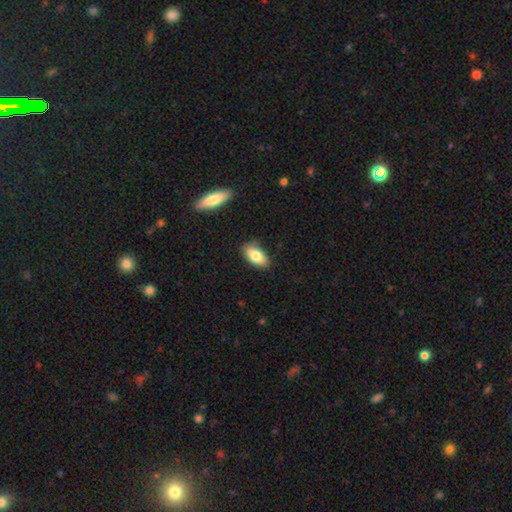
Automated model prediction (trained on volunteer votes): Q: Smooth or featured?
A: smooth (80%); runner-up: featured or disk (13%)
Q: How rounded?
A: in between (91%); runner-up: cigar-shaped (5%)
Q: Merging?
A: none (85%); runner-up: minor disturbance (11%)